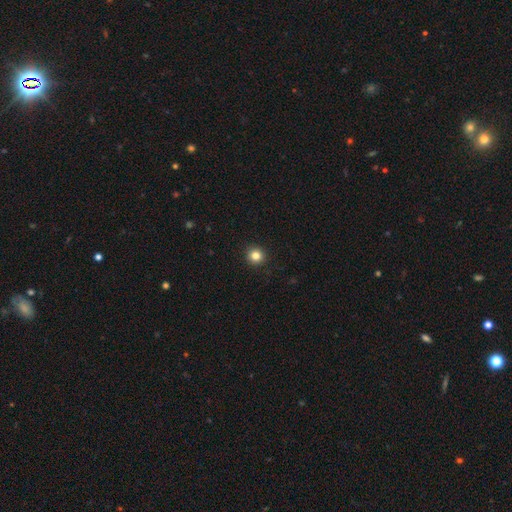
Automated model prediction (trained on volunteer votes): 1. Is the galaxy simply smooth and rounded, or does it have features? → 83% smooth, 12% star or artifact, 5% featured or disk.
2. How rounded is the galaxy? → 95% round, 4% in between, 1% cigar-shaped.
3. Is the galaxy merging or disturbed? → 94% none, 4% minor disturbance, 1% major disturbance, 1% merger.